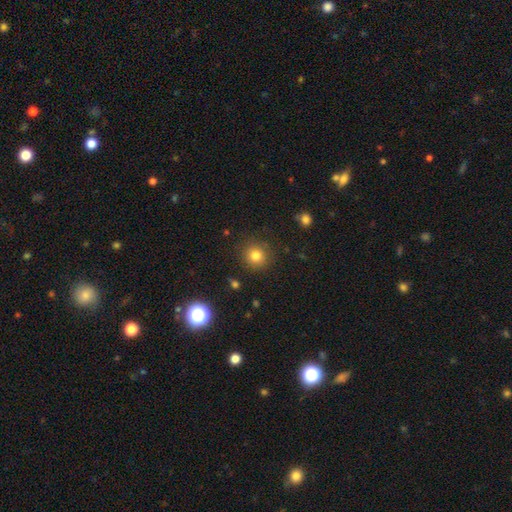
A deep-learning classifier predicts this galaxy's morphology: Smooth or featured: smooth — 80% (star or artifact — 13%)
How rounded: round — 92% (in between — 7%)
Merging: none — 87% (minor disturbance — 8%)